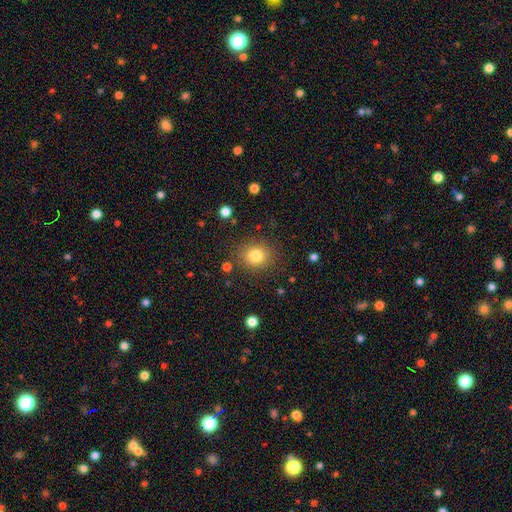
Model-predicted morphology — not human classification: Smooth or featured: smooth — 81% (star or artifact — 12%)
How rounded: round — 77% (in between — 23%)
Merging: none — 85% (minor disturbance — 9%)